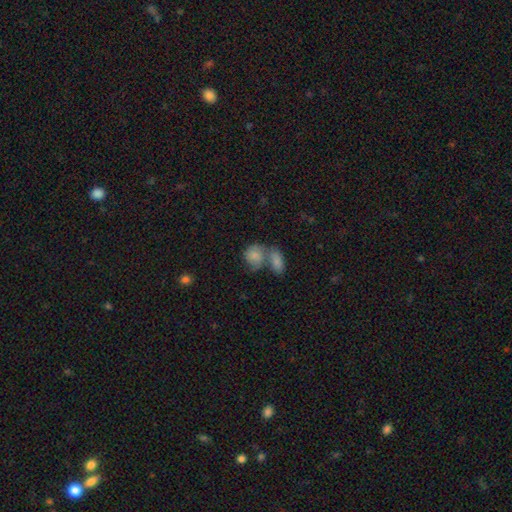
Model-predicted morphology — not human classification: Smooth or featured? smooth (78%)
How rounded? in between (52%)
Merging? merger (62%)